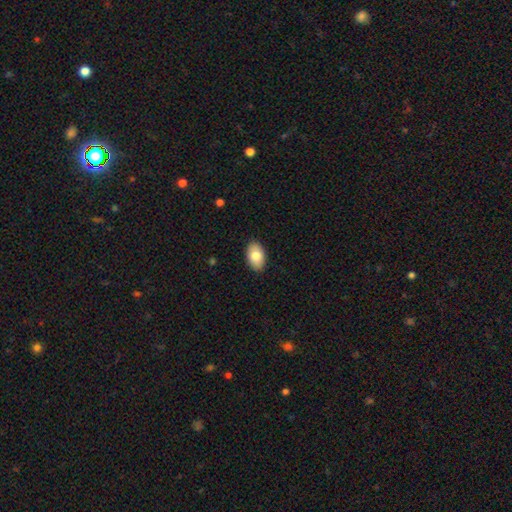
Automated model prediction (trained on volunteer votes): Smooth or featured? Predicted: smooth (p=0.81). How rounded? Predicted: in between (p=0.92). Merging? Predicted: none (p=0.89).